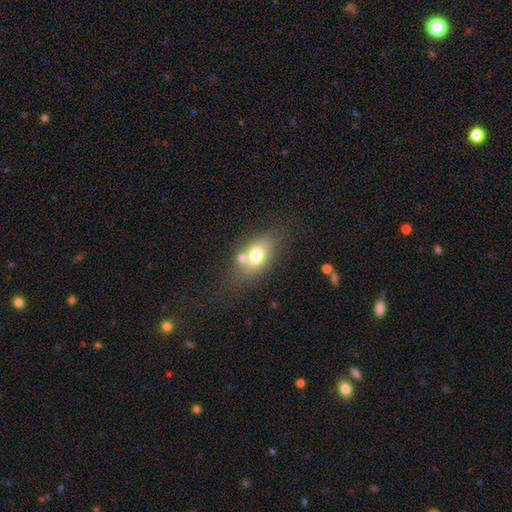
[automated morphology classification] A smooth galaxy with no disk features (70%) that is in between round and cigar-shaped (84%). Merging: none (53%).